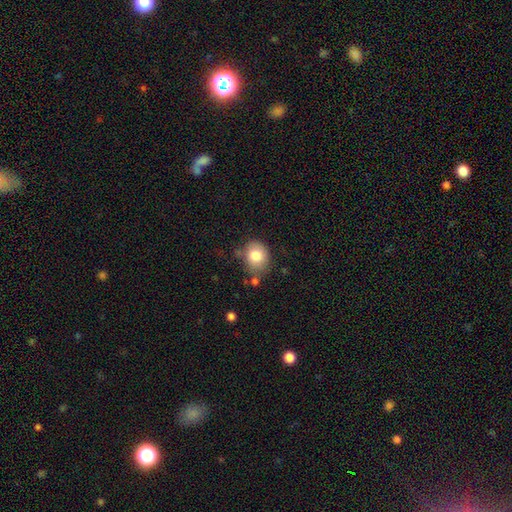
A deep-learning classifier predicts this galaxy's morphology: smooth 81%, featured or disk 10%, star or artifact 9%. Down the decision tree: how rounded — round (57%); merging — none (69%).